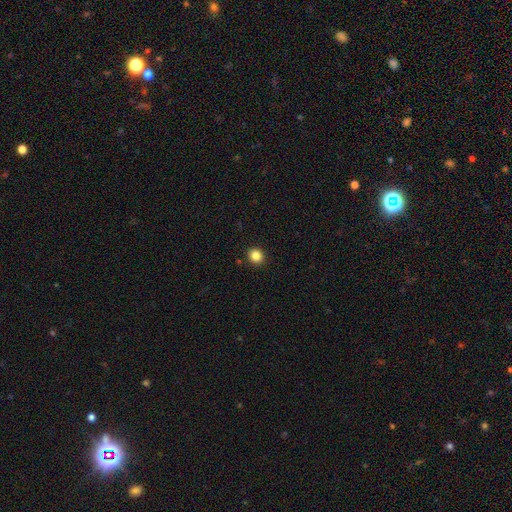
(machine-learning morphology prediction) smooth_or_featured: smooth (p=0.85) [alt: star or artifact p=0.11]
how_rounded: round (p=0.85) [alt: in between p=0.14]
merging: none (p=0.92) [alt: minor disturbance p=0.05]